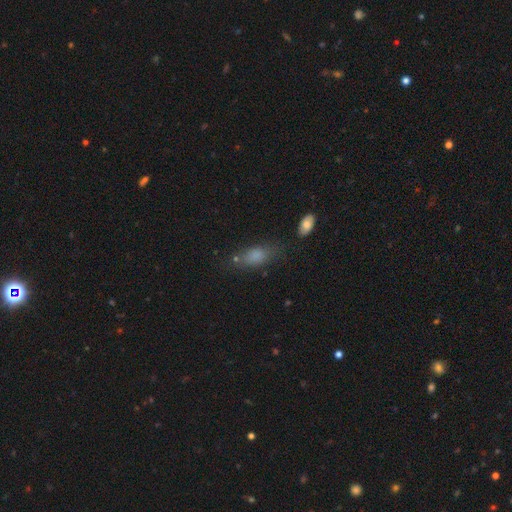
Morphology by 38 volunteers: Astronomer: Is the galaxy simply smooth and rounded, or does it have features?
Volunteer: smooth — 76%.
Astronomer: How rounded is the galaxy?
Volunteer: in between — 76%.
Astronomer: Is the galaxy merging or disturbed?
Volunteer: none — 69%.